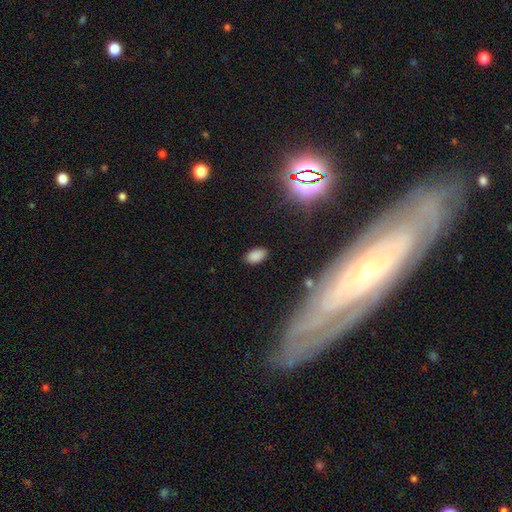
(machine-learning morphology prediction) Smooth or featured? Predicted: smooth (p=0.85). How rounded? Predicted: in between (p=0.93). Merging? Predicted: none (p=0.85).